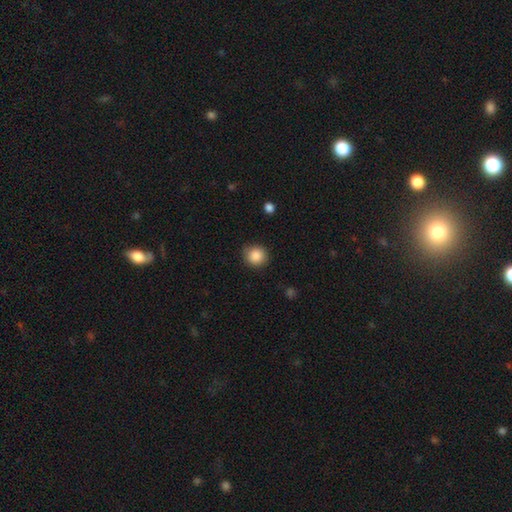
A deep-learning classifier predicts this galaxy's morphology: Smooth or featured: smooth — 87% (star or artifact — 9%)
How rounded: round — 90% (in between — 9%)
Merging: none — 85% (minor disturbance — 11%)